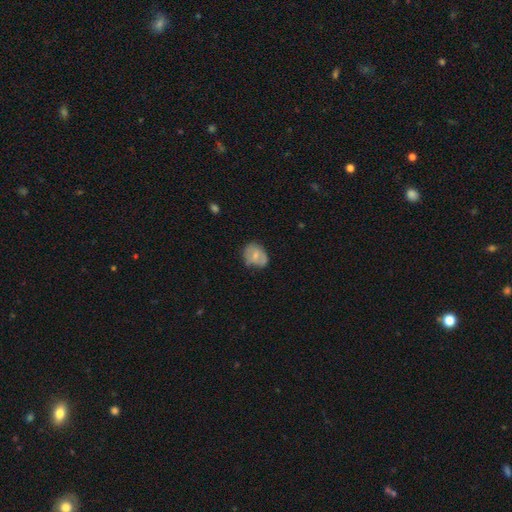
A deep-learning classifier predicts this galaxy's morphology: Smooth or featured: smooth — 62% (featured or disk — 31%)
How rounded: in between — 54% (round — 45%)
Merging: none — 56% (minor disturbance — 33%)